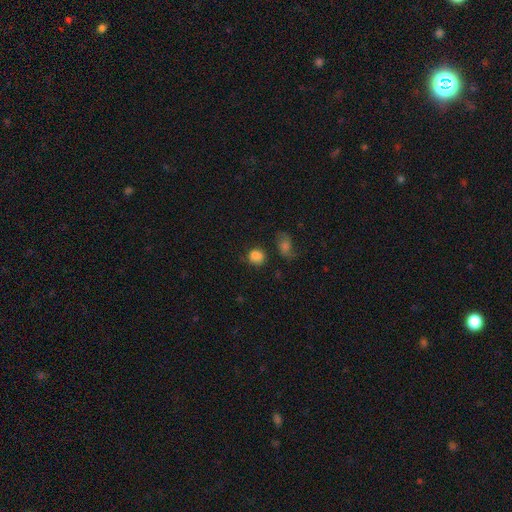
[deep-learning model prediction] The model was most divided on "merging": none: 61%, minor disturbance: 19%, merger: 13%, major disturbance: 7%. More confident: smooth or featured — smooth (81%); how rounded — round (77%).